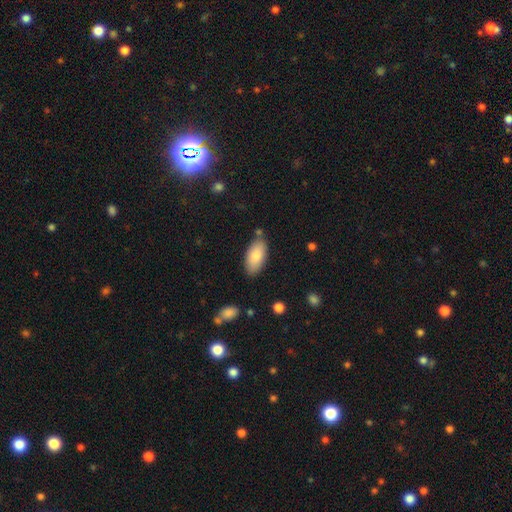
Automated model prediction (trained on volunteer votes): smooth_or_featured: smooth (p=0.81) [alt: featured or disk p=0.12]
how_rounded: in between (p=0.93) [alt: cigar-shaped p=0.05]
merging: none (p=0.78) [alt: minor disturbance p=0.14]